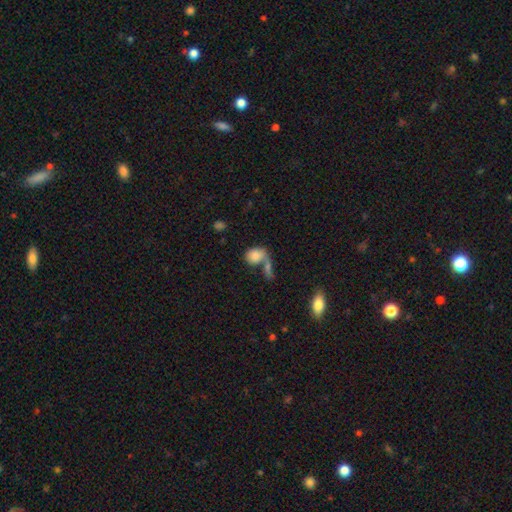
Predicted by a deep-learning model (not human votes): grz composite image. It shows a smooth galaxy with no disk features (80%) that is in between round and cigar-shaped (57%). Merging: merger (51%).